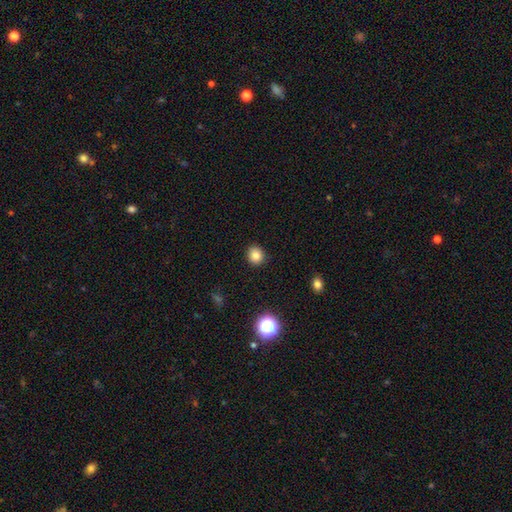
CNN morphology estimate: Smooth or featured?
  - smooth: 82% *
  - star or artifact: 12%
  - featured or disk: 6%
How rounded?
  - round: 81% *
  - in between: 18%
  - cigar-shaped: 1%
Merging?
  - none: 90% *
  - minor disturbance: 7%
  - major disturbance: 2%
  - merger: 1%